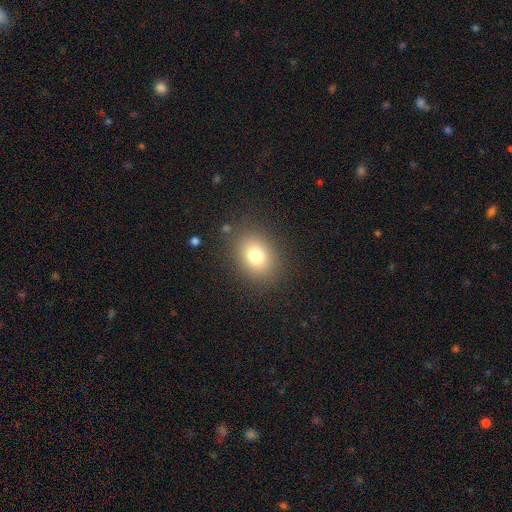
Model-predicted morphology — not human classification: A smooth galaxy with no disk features (76%) that is in between round and cigar-shaped (50%).

Vote fractions:
- Smooth or featured? smooth: 76% / star or artifact: 13% / featured or disk: 11%
- How rounded? in between: 50% / round: 49% / cigar-shaped: 1%
- Merging? none: 85% / minor disturbance: 9% / major disturbance: 4% / merger: 2%